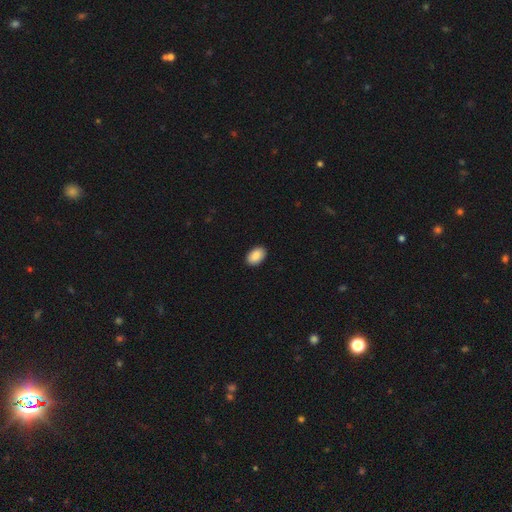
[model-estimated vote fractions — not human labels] The model was most divided on "smooth or featured": smooth: 88%, star or artifact: 7%, featured or disk: 5%. More confident: how rounded — in between (92%); merging — none (91%).